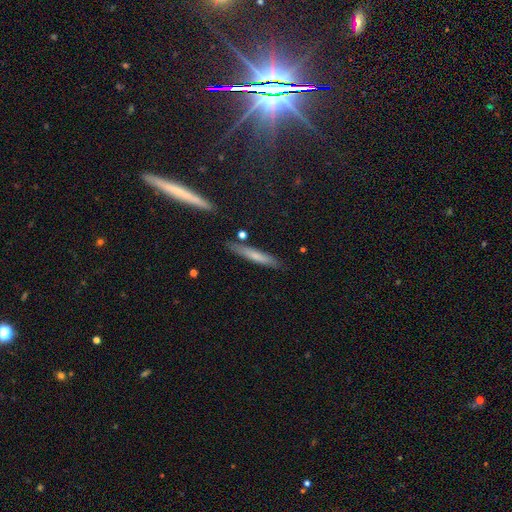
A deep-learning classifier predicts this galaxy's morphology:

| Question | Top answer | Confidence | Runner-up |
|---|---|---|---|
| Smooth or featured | smooth | 63% | featured or disk (29%) |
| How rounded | cigar-shaped | 92% | in between (7%) |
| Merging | none | 83% | minor disturbance (11%) |